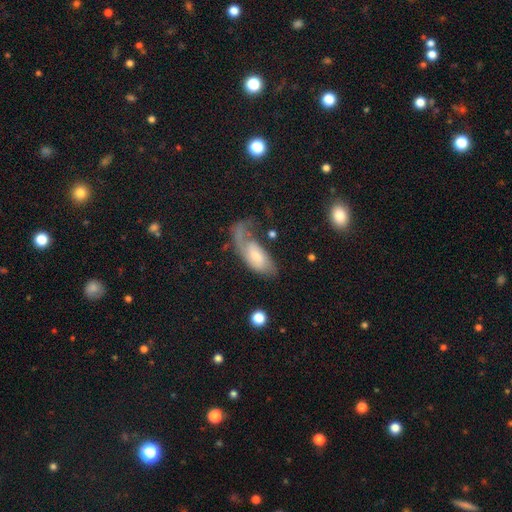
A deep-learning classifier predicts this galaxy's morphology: type=featured or disk (57%); edge-on=no (91%); bar=no (55%); spiral arms=yes (81%); bulge=moderate (43%); merging=major disturbance (43%).